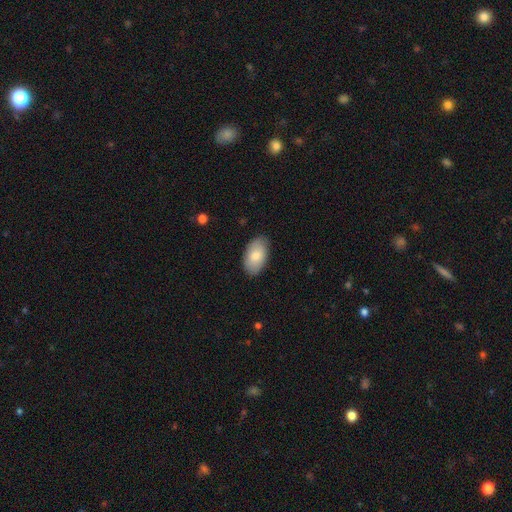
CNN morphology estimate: The model was most divided on "smooth or featured": smooth: 81%, featured or disk: 13%, star or artifact: 6%. More confident: how rounded — in between (95%); merging — none (85%).